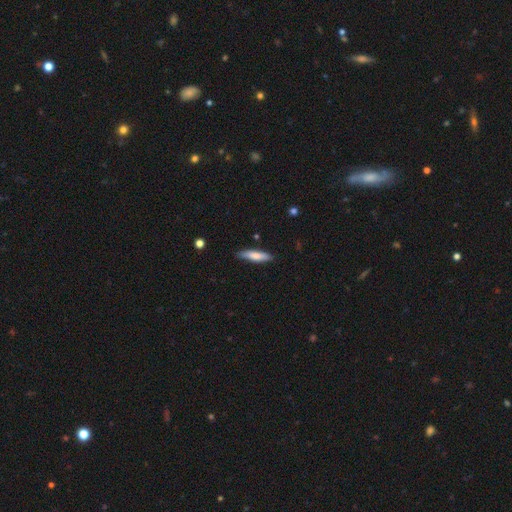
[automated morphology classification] The model was most divided on "smooth or featured": smooth: 72%, featured or disk: 22%, star or artifact: 6%. More confident: merging — none (83%); how rounded — cigar-shaped (78%).